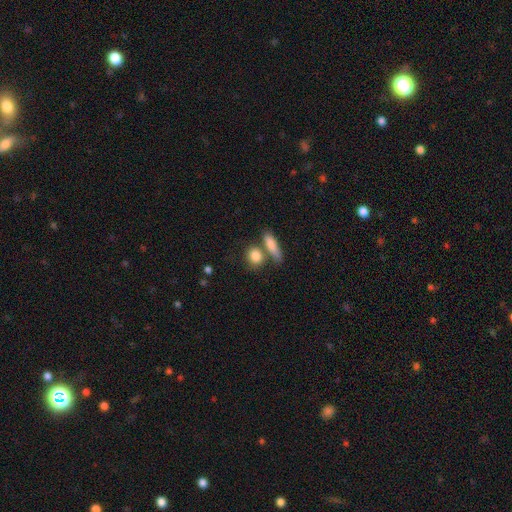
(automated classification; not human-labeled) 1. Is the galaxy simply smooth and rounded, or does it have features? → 84% smooth, 9% featured or disk, 7% star or artifact.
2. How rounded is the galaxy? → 48% round, 40% in between, 12% cigar-shaped.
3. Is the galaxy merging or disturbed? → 55% none, 28% merger, 12% minor disturbance, 5% major disturbance.